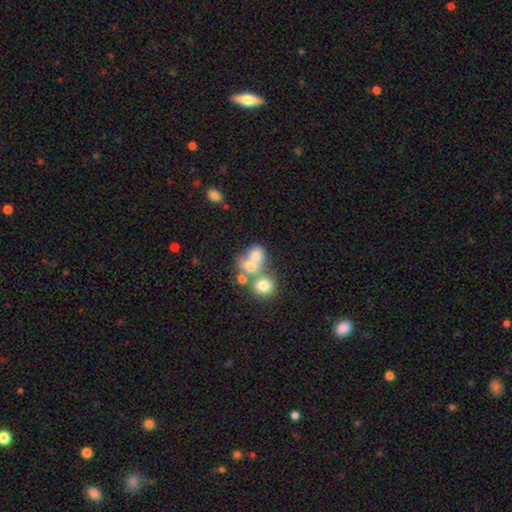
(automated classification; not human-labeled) A smooth galaxy with no disk features (67%) that is round (62%). Merging: merger (57%).